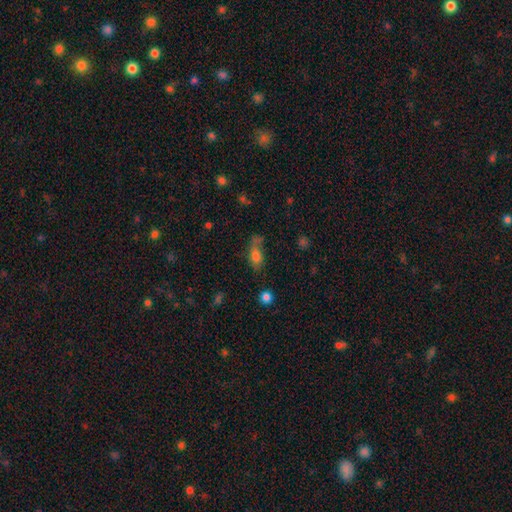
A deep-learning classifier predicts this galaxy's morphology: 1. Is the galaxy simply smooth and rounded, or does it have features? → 70% smooth, 17% featured or disk, 13% star or artifact.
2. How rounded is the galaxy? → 77% in between, 12% cigar-shaped, 10% round.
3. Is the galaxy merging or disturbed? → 46% none, 23% minor disturbance, 17% major disturbance, 14% merger.